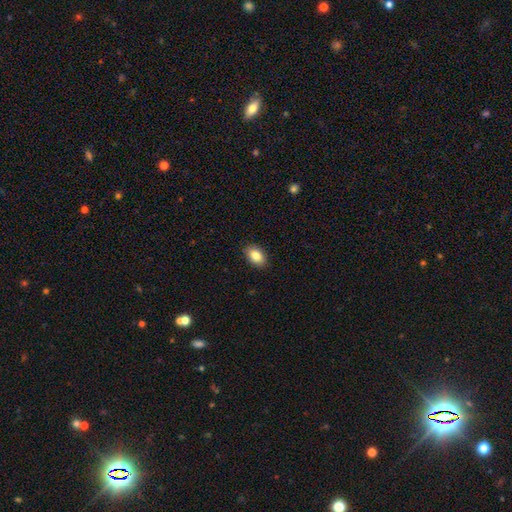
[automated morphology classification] smooth 85%, star or artifact 8%, featured or disk 7%. Down the decision tree: how rounded — in between (88%); merging — none (89%).